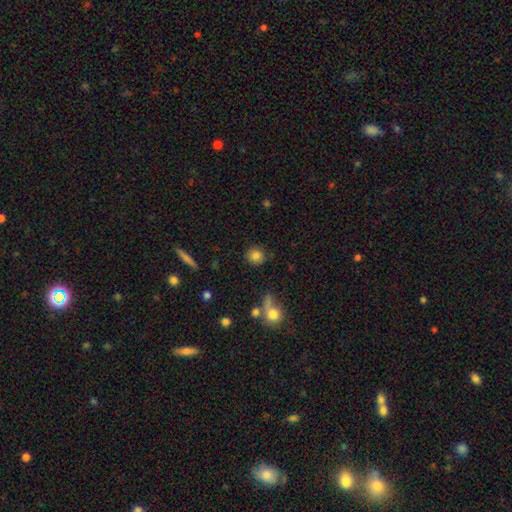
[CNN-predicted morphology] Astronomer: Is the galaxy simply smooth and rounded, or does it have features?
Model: smooth — 82%.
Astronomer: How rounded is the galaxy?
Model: round — 90%.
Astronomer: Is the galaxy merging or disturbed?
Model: none — 84%.